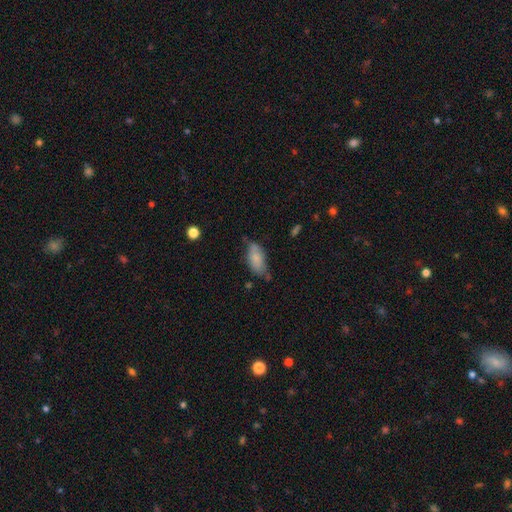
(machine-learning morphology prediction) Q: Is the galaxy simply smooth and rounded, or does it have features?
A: smooth — 79%.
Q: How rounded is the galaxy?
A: in between — 89%.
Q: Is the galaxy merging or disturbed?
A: none — 55%.